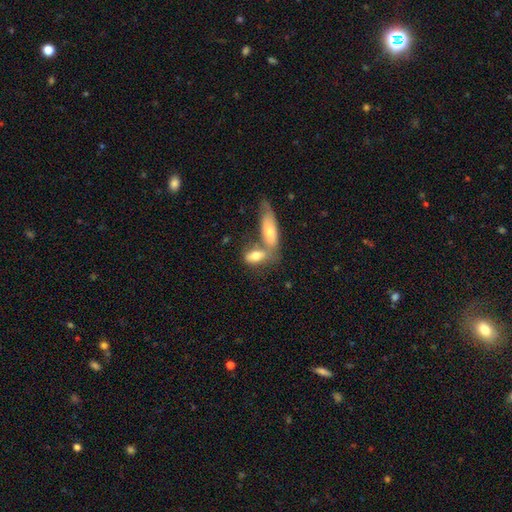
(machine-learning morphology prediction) Smooth or featured: smooth — 69% (featured or disk — 24%)
How rounded: in between — 77% (cigar-shaped — 18%)
Merging: merger — 57% (none — 28%)